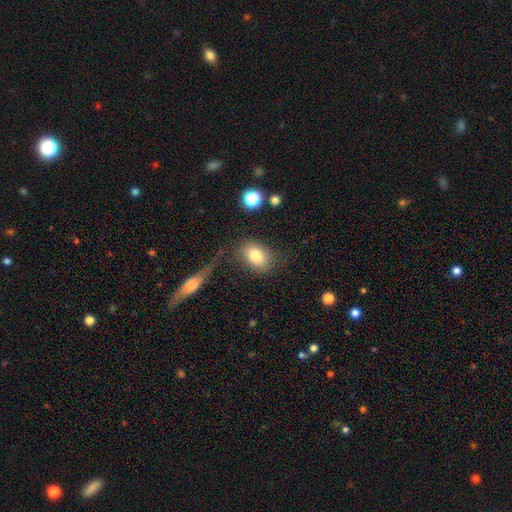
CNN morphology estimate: Smooth or featured? Predicted: smooth (p=0.79). How rounded? Predicted: in between (p=0.74). Merging? Predicted: none (p=0.66).